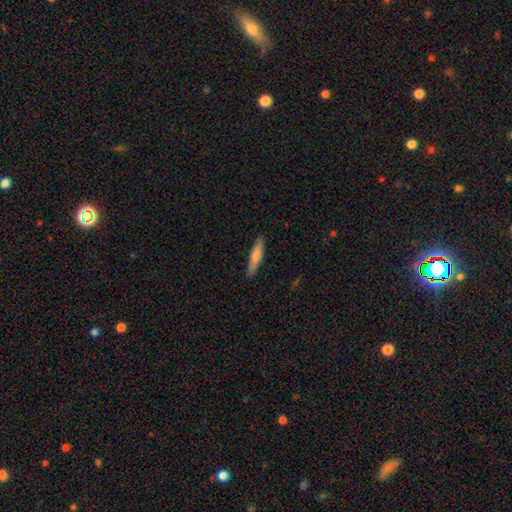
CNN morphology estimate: Smooth or featured? smooth (71%)
How rounded? cigar-shaped (85%)
Merging? none (88%)